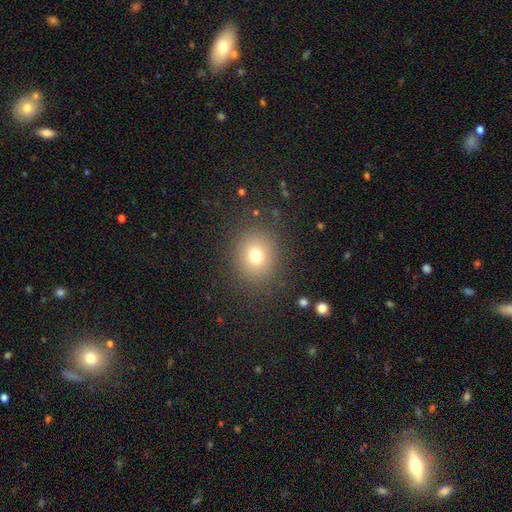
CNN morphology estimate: Q: Smooth or featured?
A: smooth (74%); runner-up: star or artifact (15%)
Q: How rounded?
A: round (71%); runner-up: in between (28%)
Q: Merging?
A: none (85%); runner-up: minor disturbance (9%)